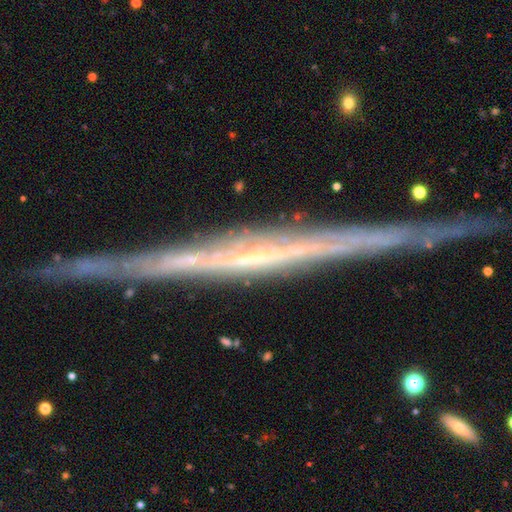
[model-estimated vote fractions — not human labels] featured or disk 83%, smooth 8%, star or artifact 8%. Down the decision tree: edge-on disk — yes (97%); edge-on bulge — none (72%); merging — none (88%).